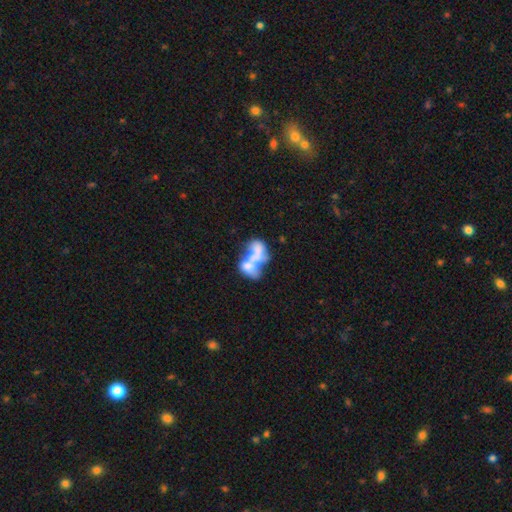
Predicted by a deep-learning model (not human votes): smooth-or-featured: featured or disk: 48% | smooth: 42% | star or artifact: 10%
  merging: merger: 67% | major disturbance: 15% | none: 11% | minor disturbance: 7%